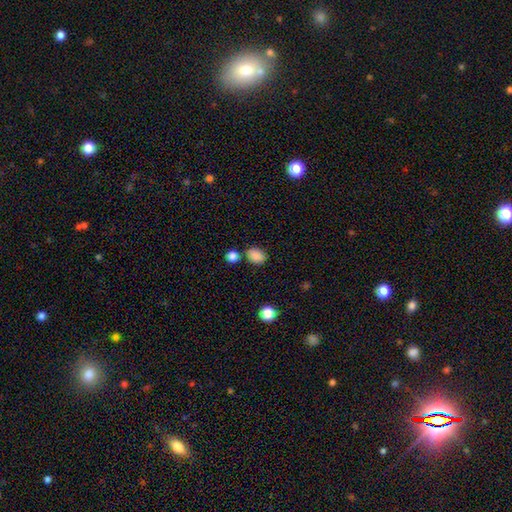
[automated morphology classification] smooth-or-featured: smooth: 86% | star or artifact: 10% | featured or disk: 4%
  how-rounded: in between: 71% | round: 28% | cigar-shaped: 1%
  merging: none: 72% | minor disturbance: 14% | merger: 11% | major disturbance: 4%